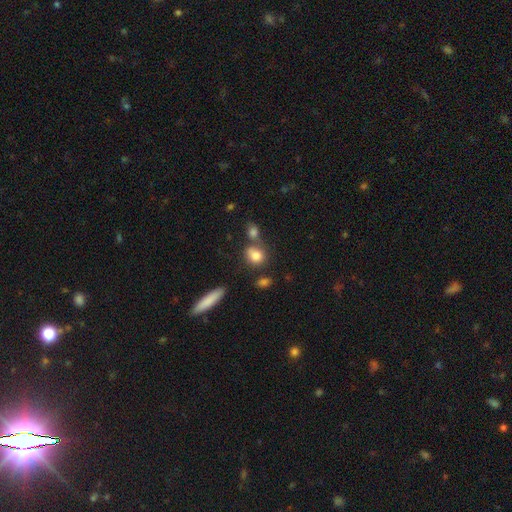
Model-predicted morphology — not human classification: type=smooth (81%); roundness=round (55%); merging=none (55%).